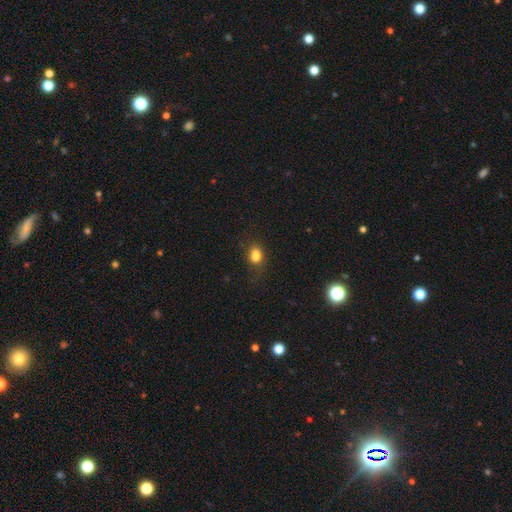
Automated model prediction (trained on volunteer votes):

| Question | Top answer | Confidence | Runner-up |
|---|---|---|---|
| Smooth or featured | smooth | 82% | star or artifact (12%) |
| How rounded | in between | 68% | round (30%) |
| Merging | none | 68% | minor disturbance (20%) |